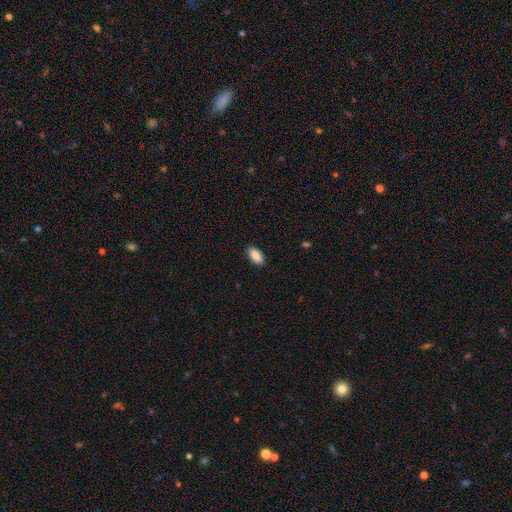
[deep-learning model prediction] Smooth or featured? Predicted: smooth (p=0.89). How rounded? Predicted: in between (p=0.93). Merging? Predicted: none (p=0.89).